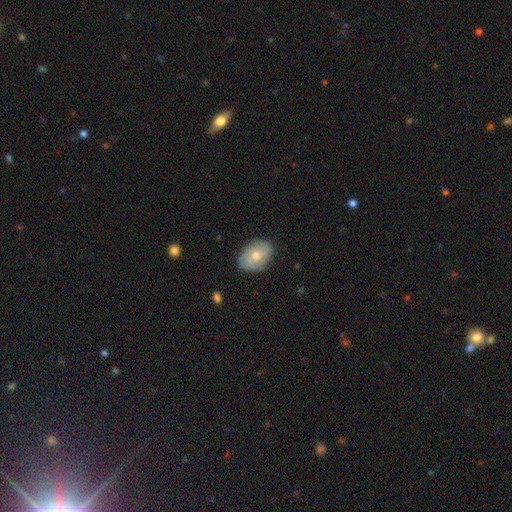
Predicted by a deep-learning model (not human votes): This is likely a smooth galaxy (63%). How rounded: likely in between (77%). Merging: clearly none (82%).